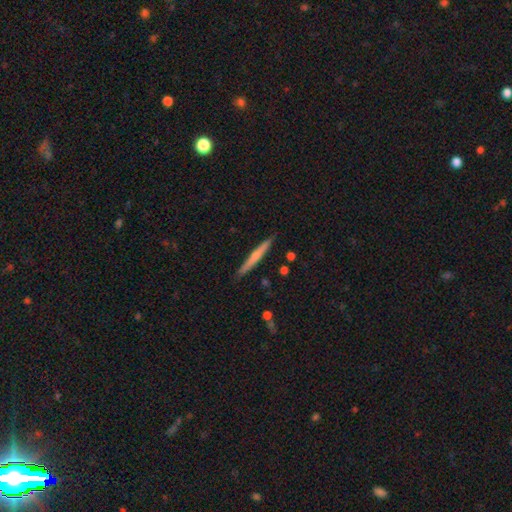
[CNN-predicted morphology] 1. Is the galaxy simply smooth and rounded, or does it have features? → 48% smooth, 46% featured or disk, 6% star or artifact.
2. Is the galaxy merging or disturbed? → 90% none, 7% minor disturbance, 1% merger, 1% major disturbance.